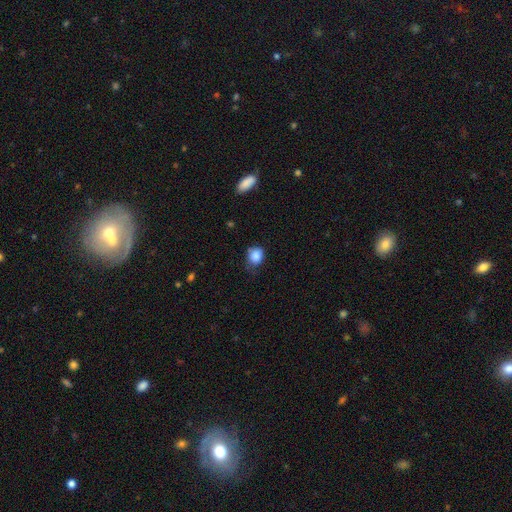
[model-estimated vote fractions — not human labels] Overall: smooth (86%). How rounded: round (64%; in between 35%). Merging: none (55%; minor disturbance 35%).